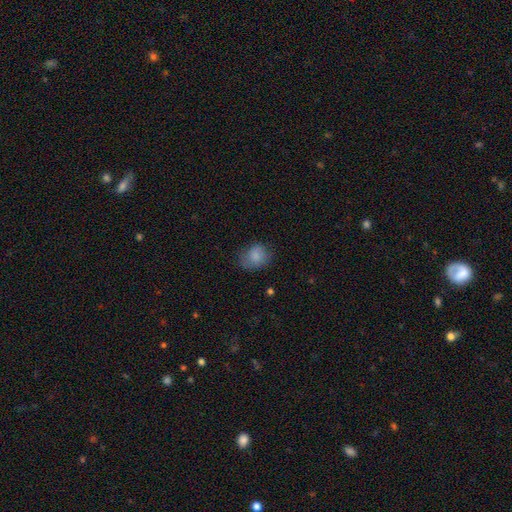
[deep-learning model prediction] Smooth or featured?
  - smooth: 83% *
  - star or artifact: 9%
  - featured or disk: 8%
How rounded?
  - round: 54% *
  - in between: 45%
  - cigar-shaped: 1%
Merging?
  - none: 60% *
  - minor disturbance: 28%
  - major disturbance: 10%
  - merger: 1%